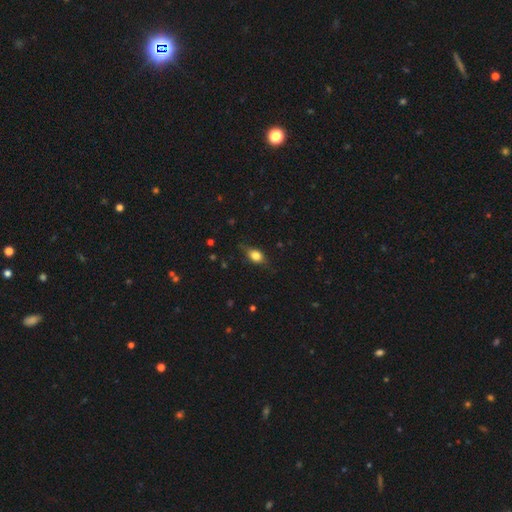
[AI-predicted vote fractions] A smooth galaxy with no disk features (69%) that is in between round and cigar-shaped (66%). Merging: none (73%).